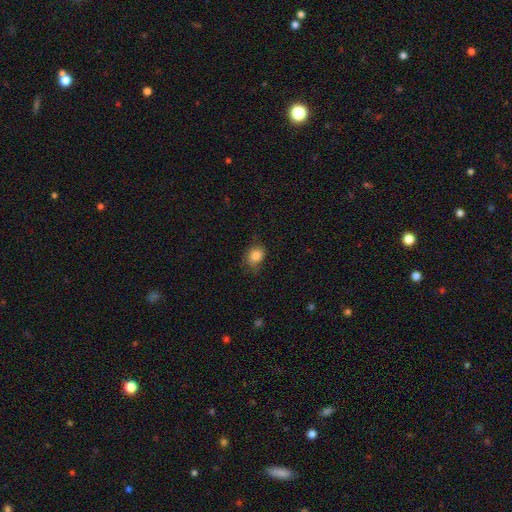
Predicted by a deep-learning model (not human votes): Smooth or featured: smooth — 84% (star or artifact — 9%)
How rounded: round — 51% (in between — 47%)
Merging: none — 67% (minor disturbance — 25%)